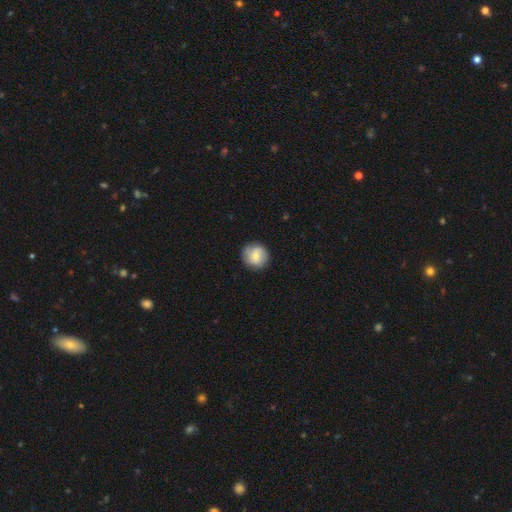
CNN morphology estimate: Smooth or featured? smooth (71%)
How rounded? round (91%)
Merging? none (87%)